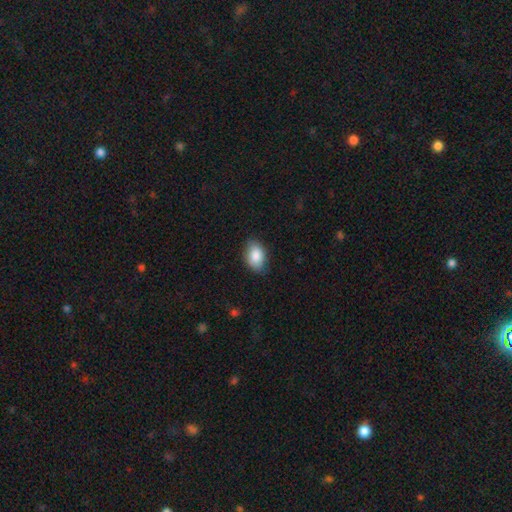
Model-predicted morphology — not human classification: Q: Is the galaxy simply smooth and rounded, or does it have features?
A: smooth — 87%.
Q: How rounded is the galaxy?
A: in between — 87%.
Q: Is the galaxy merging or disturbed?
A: none — 82%.